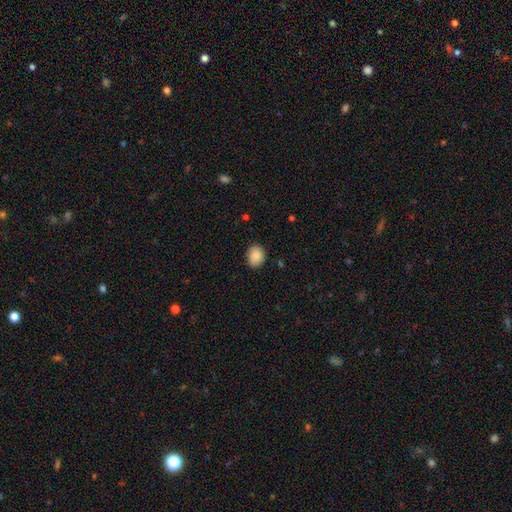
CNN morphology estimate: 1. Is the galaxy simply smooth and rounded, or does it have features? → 88% smooth, 8% star or artifact, 4% featured or disk.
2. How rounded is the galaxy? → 55% round, 44% in between, 1% cigar-shaped.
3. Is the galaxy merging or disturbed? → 85% none, 12% minor disturbance, 2% major disturbance, 1% merger.